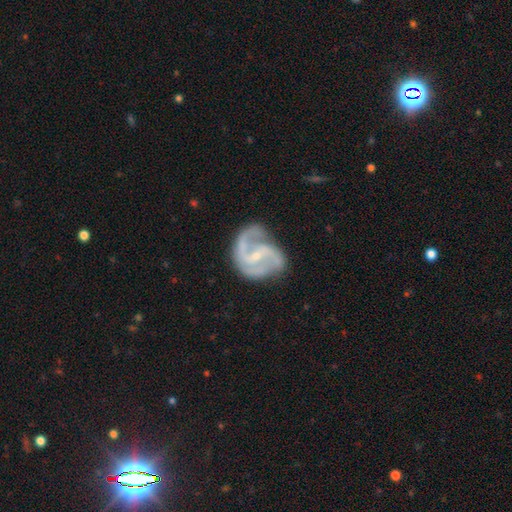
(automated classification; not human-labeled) This is clearly a featured or disk galaxy (88%). It is clearly not viewed edge-on (98%). Bar: possibly weak (47%). Spiral arm pattern: clearly yes (96%). Spiral arm count: likely 2 (71%). Spiral winding: possibly medium (55%). Central bulge: likely small (72%). Merging: possibly none (54%).